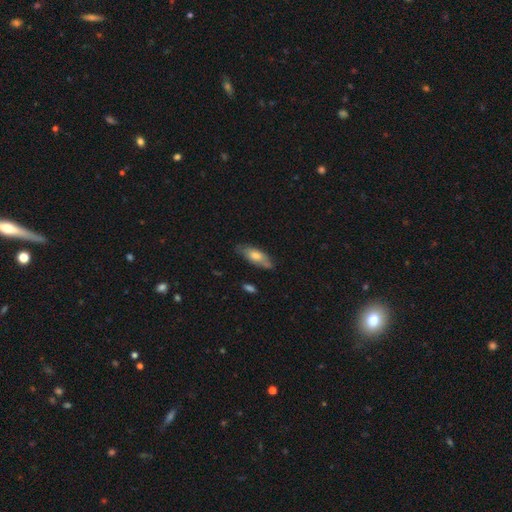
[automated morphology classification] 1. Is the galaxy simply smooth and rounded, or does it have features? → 60% smooth, 33% featured or disk, 7% star or artifact.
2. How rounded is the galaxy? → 68% in between, 29% cigar-shaped, 2% round.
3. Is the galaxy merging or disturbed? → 71% none, 22% minor disturbance, 4% major disturbance, 3% merger.